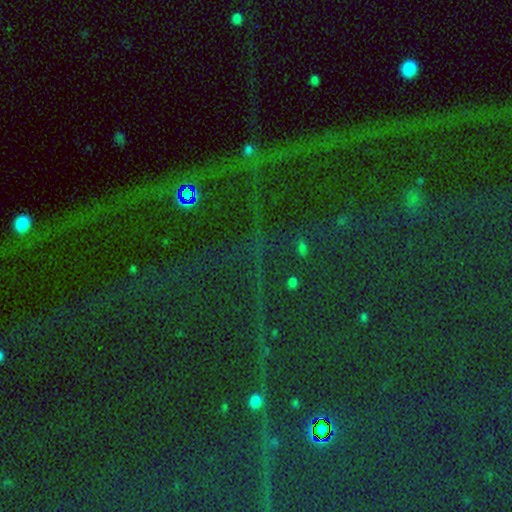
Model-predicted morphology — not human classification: The model was most divided on "smooth or featured": star or artifact: 81%, smooth: 11%, featured or disk: 9%.